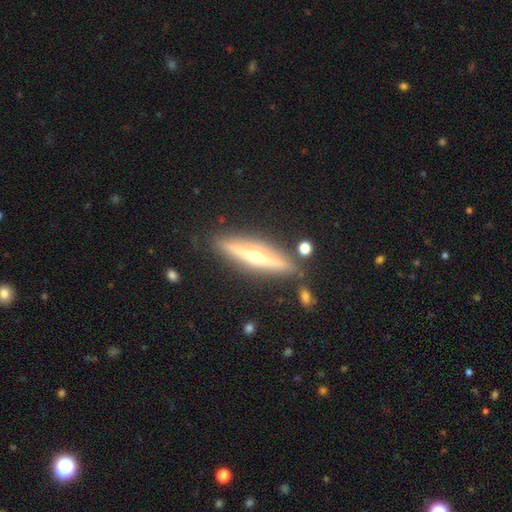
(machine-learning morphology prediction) Overall: featured or disk (75%). Edge-on disk: yes (95%). Edge-on bulge: rounded (93%). Merging: none (85%).